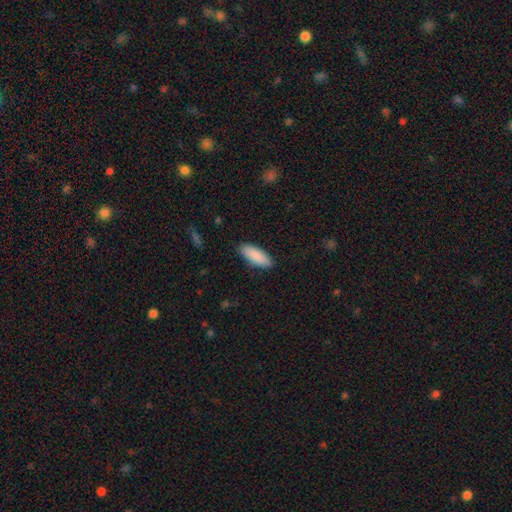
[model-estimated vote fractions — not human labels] Smooth or featured: smooth — 90% (star or artifact — 5%)
How rounded: in between — 70% (cigar-shaped — 29%)
Merging: none — 89% (minor disturbance — 9%)